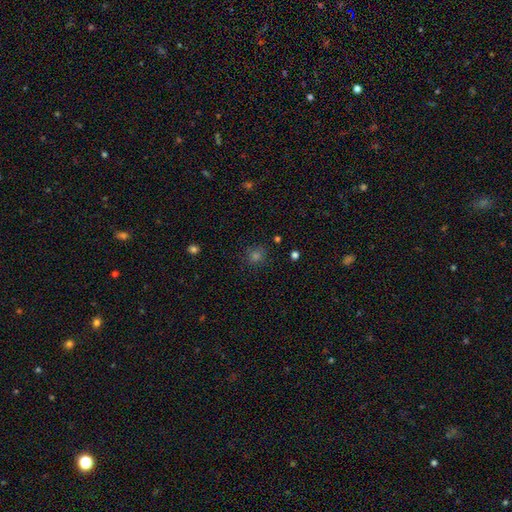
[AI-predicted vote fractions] Smooth or featured: smooth — 65% (star or artifact — 29%)
How rounded: round — 89% (in between — 10%)
Merging: none — 87% (minor disturbance — 8%)